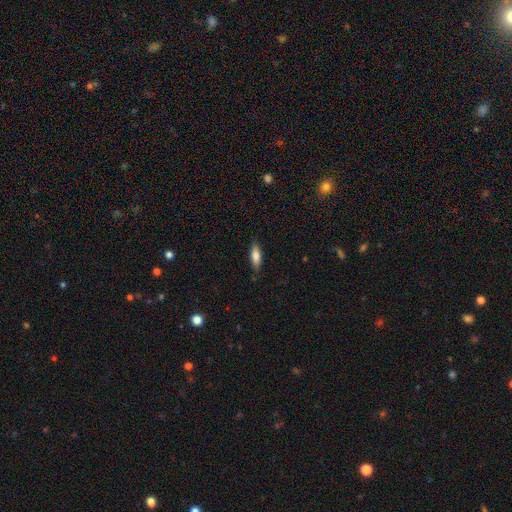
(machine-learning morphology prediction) smooth-or-featured: smooth: 76% | featured or disk: 17% | star or artifact: 7%
  how-rounded: in between: 56% | cigar-shaped: 42% | round: 2%
  merging: none: 82% | minor disturbance: 14% | major disturbance: 3% | merger: 1%